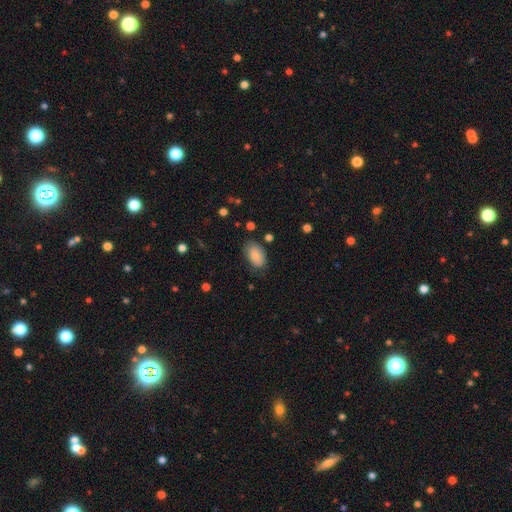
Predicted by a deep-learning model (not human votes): Smooth or featured?
  - smooth: 85% *
  - featured or disk: 8%
  - star or artifact: 7%
How rounded?
  - in between: 93% *
  - round: 6%
  - cigar-shaped: 2%
Merging?
  - none: 74% *
  - minor disturbance: 19%
  - major disturbance: 5%
  - merger: 2%